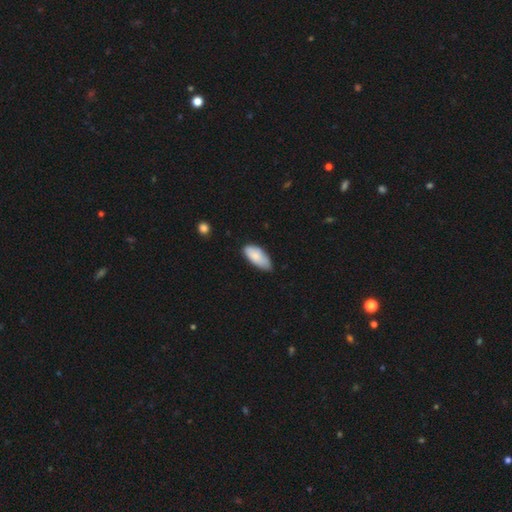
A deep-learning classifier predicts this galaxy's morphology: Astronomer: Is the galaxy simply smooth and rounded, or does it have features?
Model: smooth — 82%.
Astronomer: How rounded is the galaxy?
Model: in between — 90%.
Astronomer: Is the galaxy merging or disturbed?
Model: none — 58% (runner-up: minor disturbance, 35%).